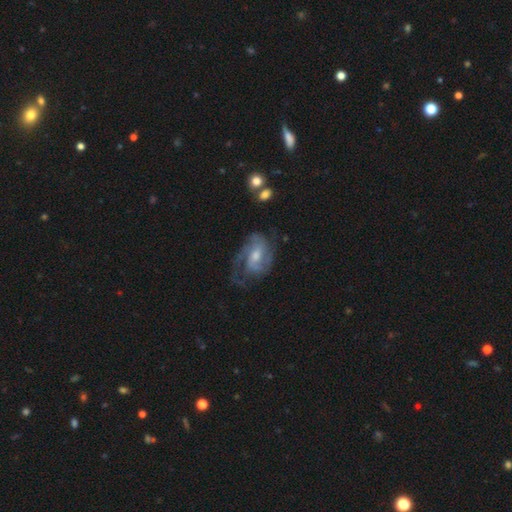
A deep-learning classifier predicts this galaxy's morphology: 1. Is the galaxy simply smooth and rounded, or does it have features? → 81% featured or disk, 14% smooth, 6% star or artifact.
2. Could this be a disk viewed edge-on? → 97% no, 3% yes.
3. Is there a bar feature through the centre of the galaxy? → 46% weak, 43% no, 11% strong.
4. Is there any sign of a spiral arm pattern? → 92% yes, 8% no.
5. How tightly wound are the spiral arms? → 46% medium, 35% tight, 19% loose.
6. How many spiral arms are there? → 40% 2, 24% can't tell, 19% 3, 8% 1, 5% 4, 3% more than 4.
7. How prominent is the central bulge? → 56% moderate, 32% small, 7% large, 4% none, 1% dominant.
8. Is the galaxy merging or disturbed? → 51% none, 24% major disturbance, 23% minor disturbance, 2% merger.